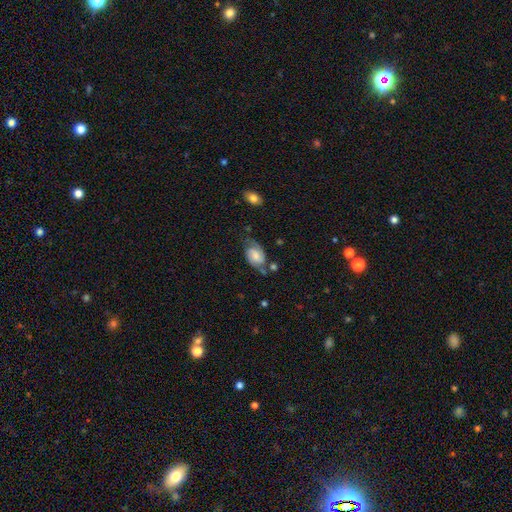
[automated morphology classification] type=featured or disk (71%); edge-on=no (97%); bar=weak (45%); spiral arms=yes (94%); winding=medium (49%); arm count=2 (89%); bulge=moderate (36%); merging=none (61%).